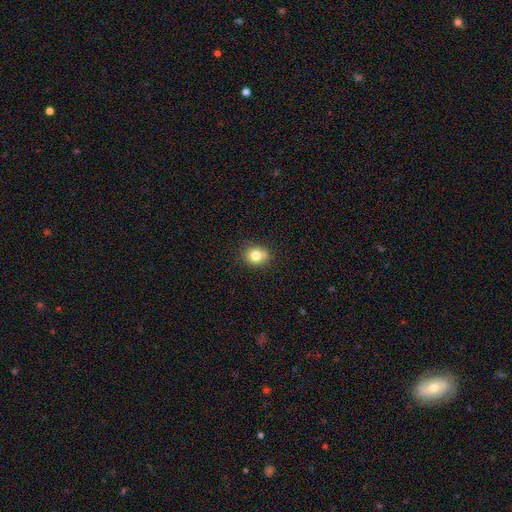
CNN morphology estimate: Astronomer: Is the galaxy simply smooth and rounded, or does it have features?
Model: smooth — 78%.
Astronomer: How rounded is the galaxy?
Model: round — 70%.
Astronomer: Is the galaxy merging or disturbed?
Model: none — 70%.